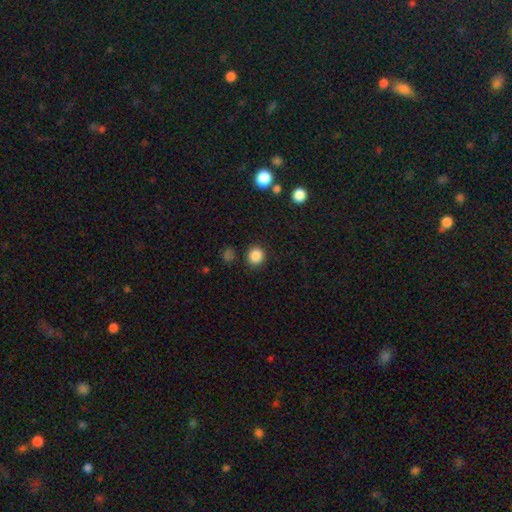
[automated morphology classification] smooth 85%, star or artifact 11%, featured or disk 3%. Down the decision tree: how rounded — round (87%); merging — none (88%).